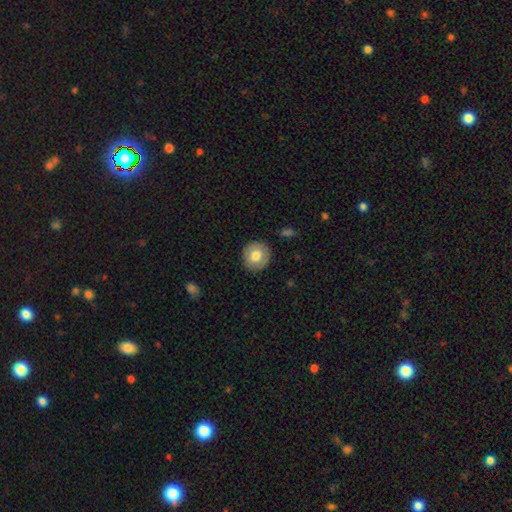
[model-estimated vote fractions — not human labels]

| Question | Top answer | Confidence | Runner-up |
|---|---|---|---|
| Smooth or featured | smooth | 75% | featured or disk (18%) |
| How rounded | round | 88% | in between (11%) |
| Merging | none | 89% | minor disturbance (8%) |